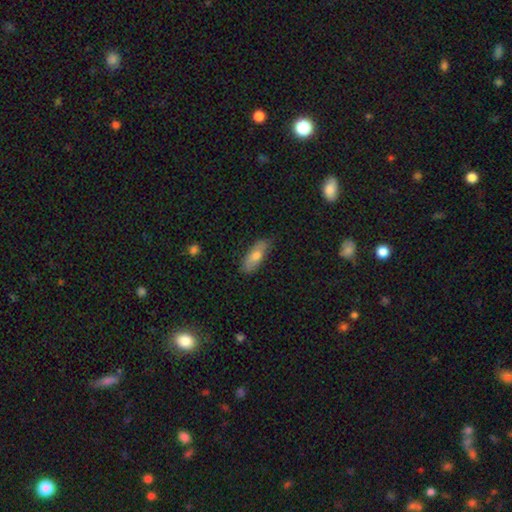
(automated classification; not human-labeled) The model was most divided on "how rounded": in between: 68%, cigar-shaped: 29%, round: 3%. More confident: merging — none (74%); smooth or featured — smooth (69%).